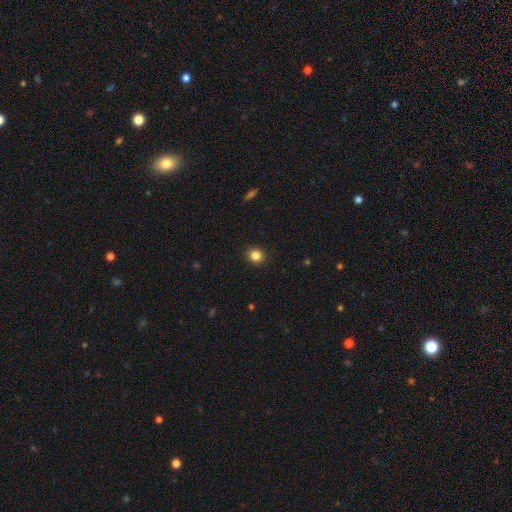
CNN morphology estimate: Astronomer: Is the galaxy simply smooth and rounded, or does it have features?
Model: smooth — 85%.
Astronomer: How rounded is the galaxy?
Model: round — 86%.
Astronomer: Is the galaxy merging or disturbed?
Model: none — 92%.